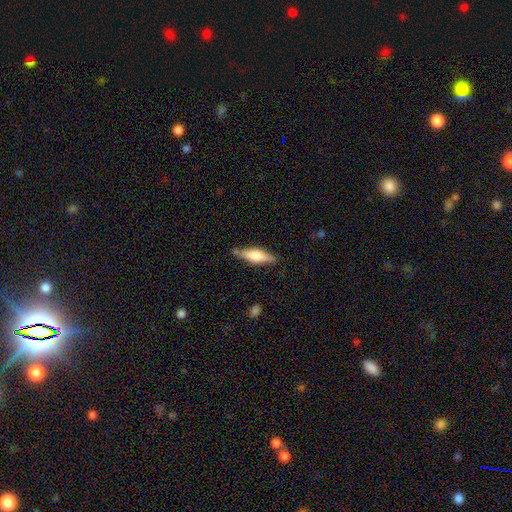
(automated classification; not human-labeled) smooth-or-featured: smooth: 56% | featured or disk: 38% | star or artifact: 6%
  how-rounded: cigar-shaped: 57% | in between: 41% | round: 2%
  merging: none: 76% | minor disturbance: 17% | merger: 4% | major disturbance: 3%